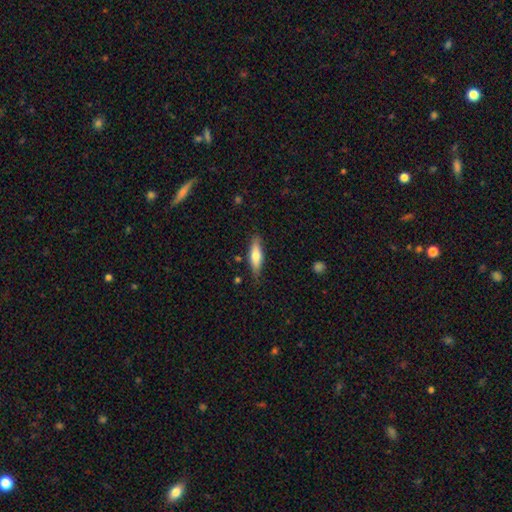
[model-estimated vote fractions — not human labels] smooth 59%, featured or disk 35%, star or artifact 6%. Down the decision tree: how rounded — cigar-shaped (59%); merging — none (82%).